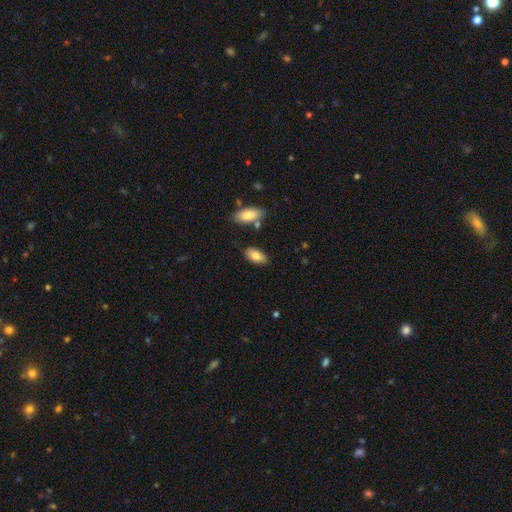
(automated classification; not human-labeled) Smooth or featured?
  - smooth: 83% *
  - featured or disk: 10%
  - star or artifact: 7%
How rounded?
  - in between: 92% *
  - cigar-shaped: 5%
  - round: 3%
Merging?
  - none: 80% *
  - minor disturbance: 13%
  - merger: 5%
  - major disturbance: 3%